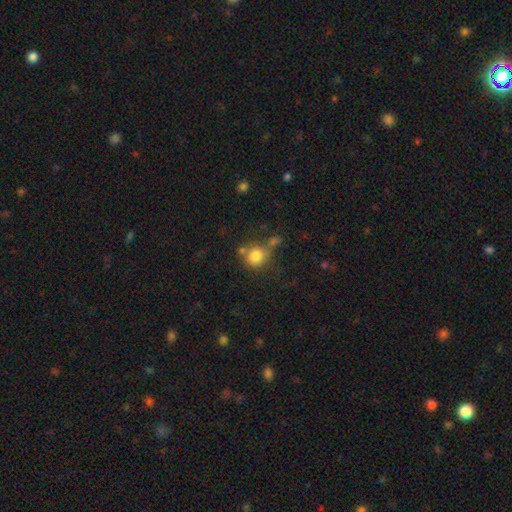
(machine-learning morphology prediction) smooth 80%, star or artifact 11%, featured or disk 9%. Down the decision tree: how rounded — round (86%); merging — none (55%).